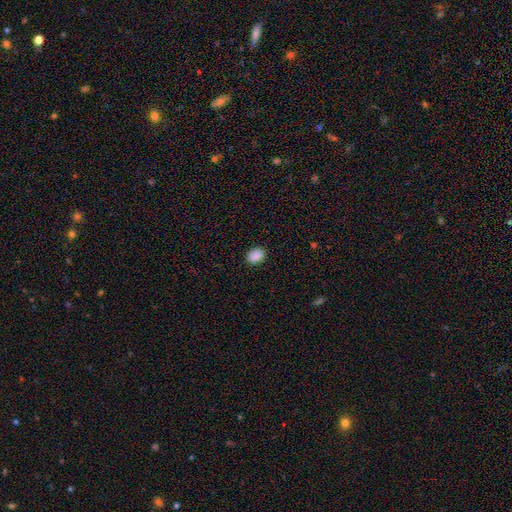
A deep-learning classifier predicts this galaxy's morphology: type=smooth (88%); roundness=in between (66%); merging=none (85%).